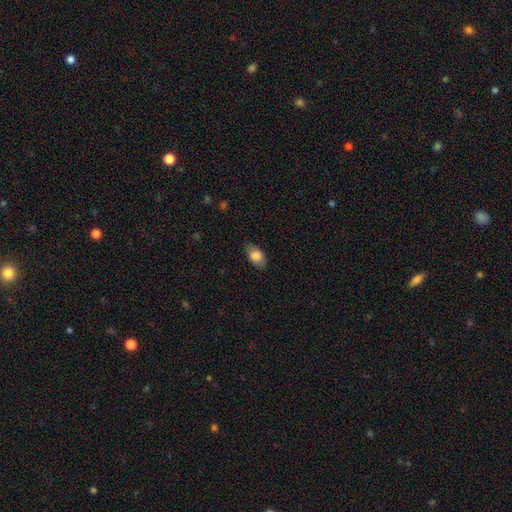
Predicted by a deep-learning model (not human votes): smooth 81%, featured or disk 12%, star or artifact 7%. Down the decision tree: how rounded — in between (91%); merging — none (81%).